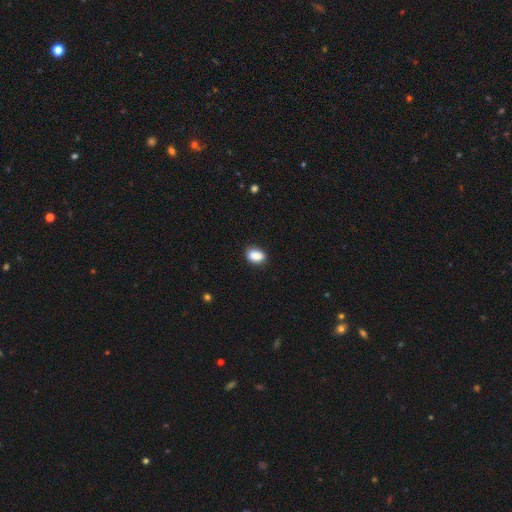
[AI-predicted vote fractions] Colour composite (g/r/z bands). It shows a smooth galaxy with no disk features (89%) that is in between round and cigar-shaped (79%). Merging: none (86%).